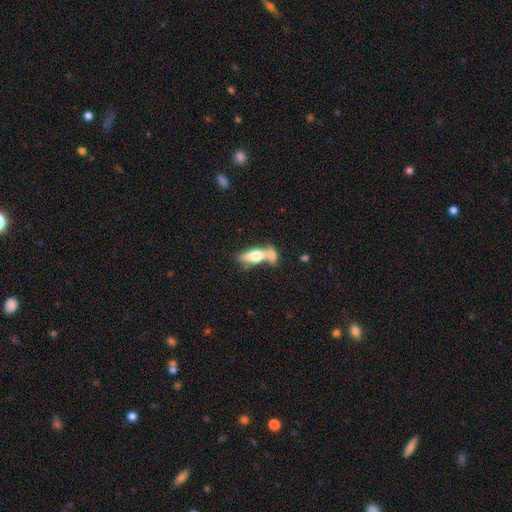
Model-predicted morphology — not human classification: Q: Smooth or featured?
A: smooth (61%); runner-up: featured or disk (33%)
Q: How rounded?
A: in between (63%); runner-up: cigar-shaped (33%)
Q: Merging?
A: merger (51%); runner-up: none (34%)